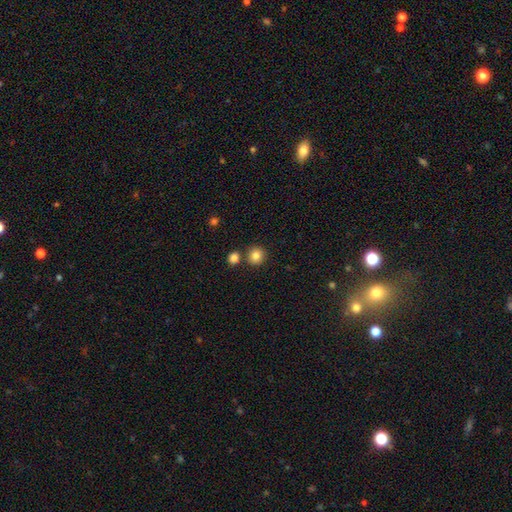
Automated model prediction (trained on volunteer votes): Overall: smooth (84%). How rounded: round (90%). Merging: none (78%).